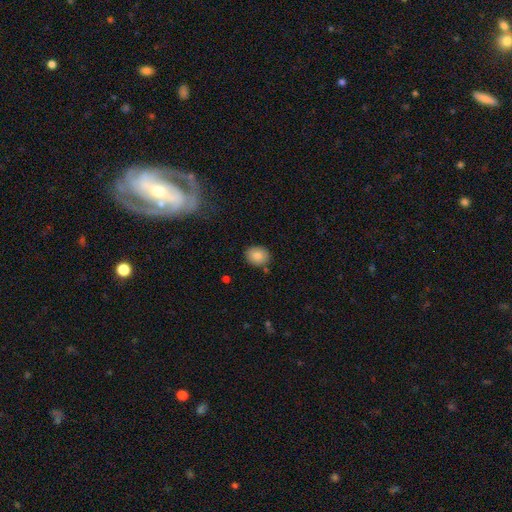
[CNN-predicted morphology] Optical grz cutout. It shows a smooth galaxy with no disk features (85%) that is round (54%). Merging: none (83%).